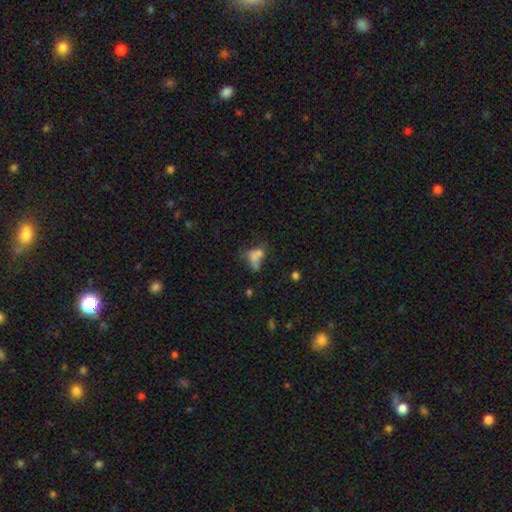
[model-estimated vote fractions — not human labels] Smooth or featured? smooth (60%)
How rounded? in between (75%)
Merging? merger (39%)